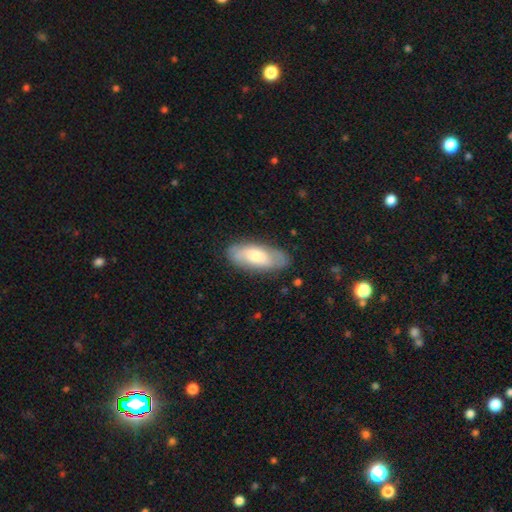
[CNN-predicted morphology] Q: Smooth or featured?
A: smooth (58%); runner-up: featured or disk (36%)
Q: How rounded?
A: in between (81%); runner-up: cigar-shaped (16%)
Q: Merging?
A: none (80%); runner-up: minor disturbance (15%)